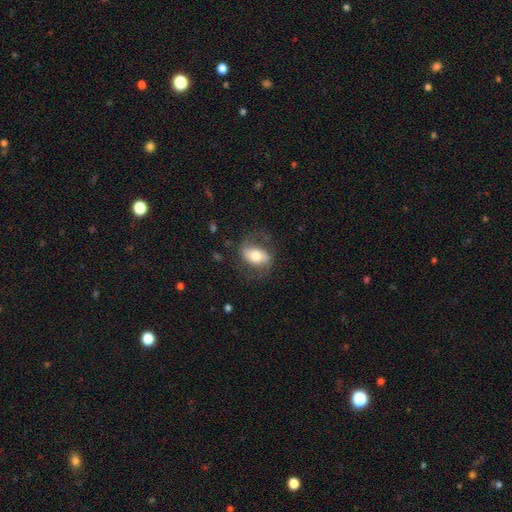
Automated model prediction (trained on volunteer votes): Smooth or featured: featured or disk — 52% (smooth — 41%)
Edge-on disk: no — 93% (yes — 7%)
Merging: none — 65% (minor disturbance — 19%)